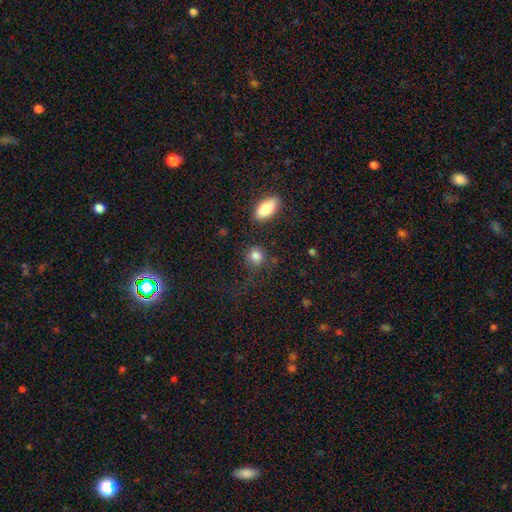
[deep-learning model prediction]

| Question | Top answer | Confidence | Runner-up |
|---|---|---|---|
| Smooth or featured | smooth | 85% | star or artifact (9%) |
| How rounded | round | 77% | in between (21%) |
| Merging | none | 71% | minor disturbance (15%) |